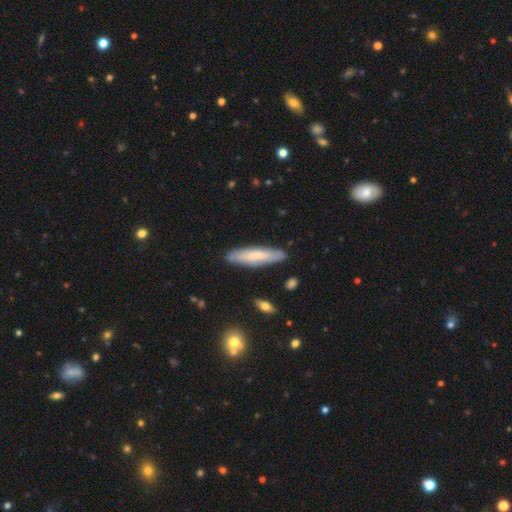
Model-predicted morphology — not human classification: Smooth or featured: smooth — 67% (featured or disk — 27%)
How rounded: cigar-shaped — 82% (in between — 16%)
Merging: none — 86% (minor disturbance — 10%)